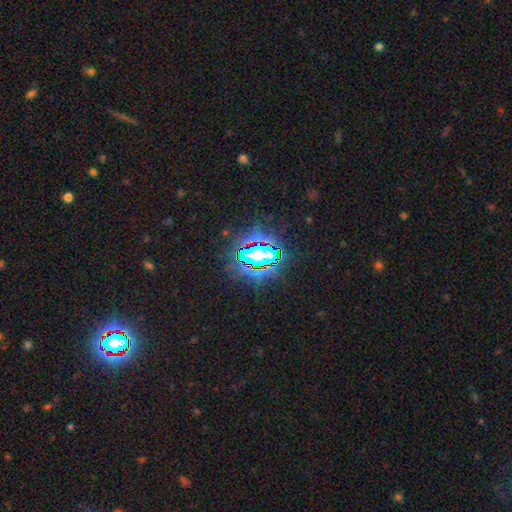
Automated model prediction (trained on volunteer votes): Smooth or featured: star or artifact — 83% (smooth — 10%)